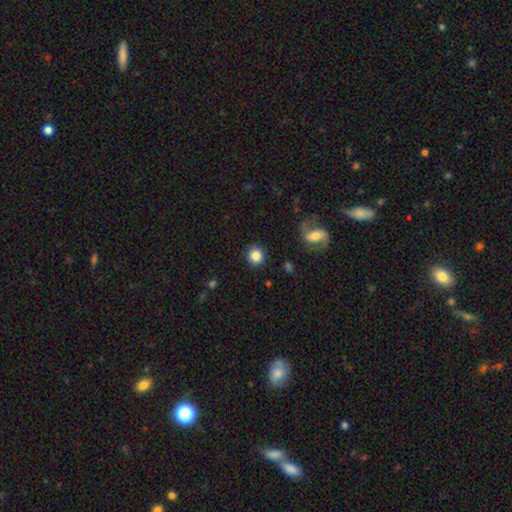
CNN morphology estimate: type=smooth (83%); roundness=round (90%); merging=none (89%).